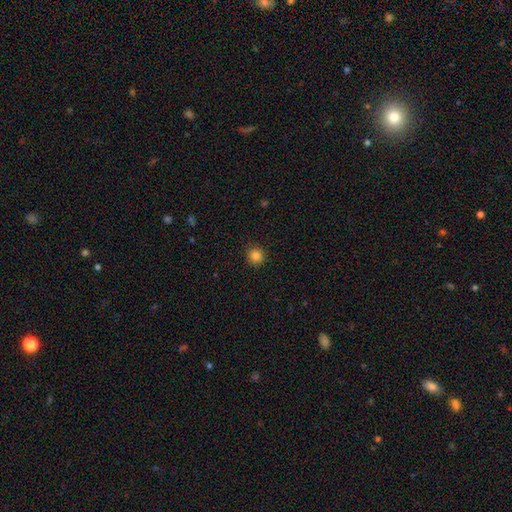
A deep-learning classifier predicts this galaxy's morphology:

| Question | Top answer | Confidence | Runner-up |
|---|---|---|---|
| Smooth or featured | smooth | 84% | star or artifact (12%) |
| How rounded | round | 94% | in between (5%) |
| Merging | none | 91% | minor disturbance (6%) |